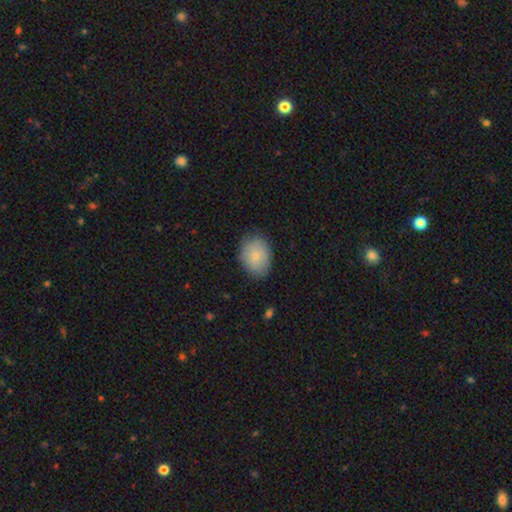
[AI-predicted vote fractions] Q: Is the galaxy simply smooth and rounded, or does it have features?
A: smooth — 77%.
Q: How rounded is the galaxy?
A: in between — 71%.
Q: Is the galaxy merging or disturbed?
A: none — 80%.